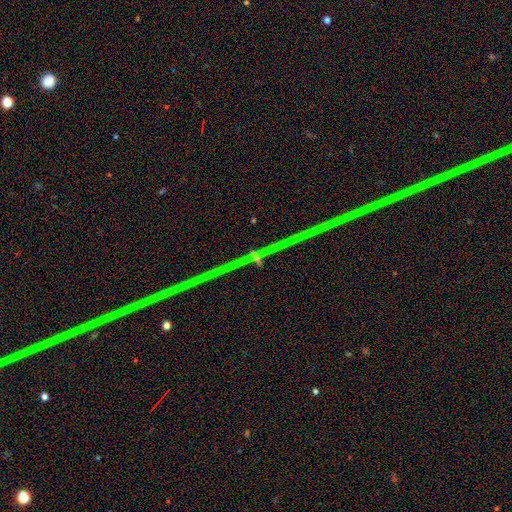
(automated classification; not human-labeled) smooth_or_featured: star or artifact (p=0.89) [alt: featured or disk p=0.07]